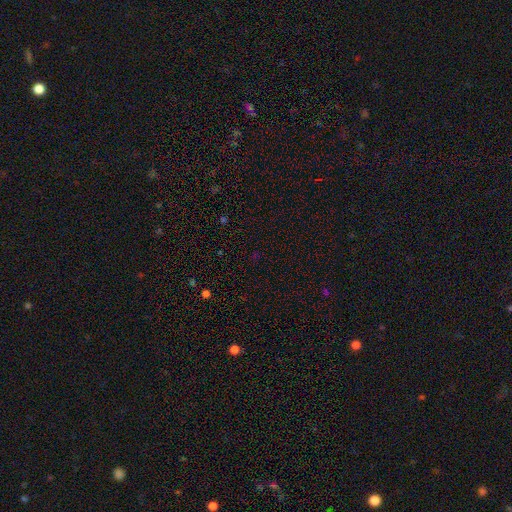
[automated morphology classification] Smooth or featured? Predicted: star or artifact (p=0.66).